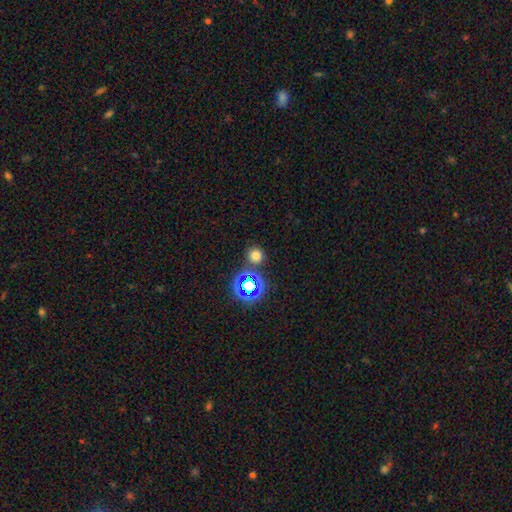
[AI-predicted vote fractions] The model was most divided on "smooth or featured": smooth: 68%, star or artifact: 26%, featured or disk: 6%. More confident: how rounded — round (90%); merging — none (81%).